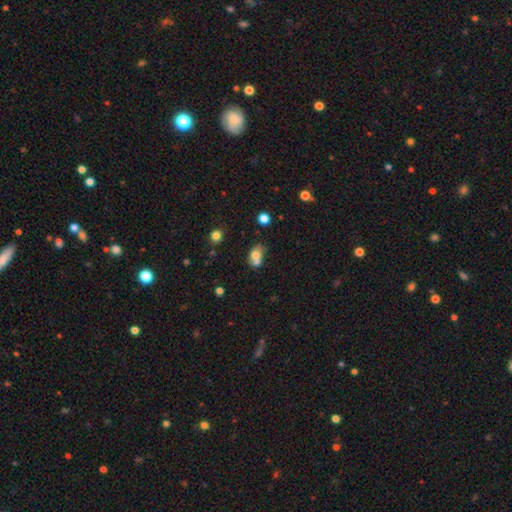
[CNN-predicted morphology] Q: Smooth or featured?
A: smooth (70%); runner-up: featured or disk (19%)
Q: How rounded?
A: in between (58%); runner-up: round (41%)
Q: Merging?
A: merger (53%); runner-up: none (30%)